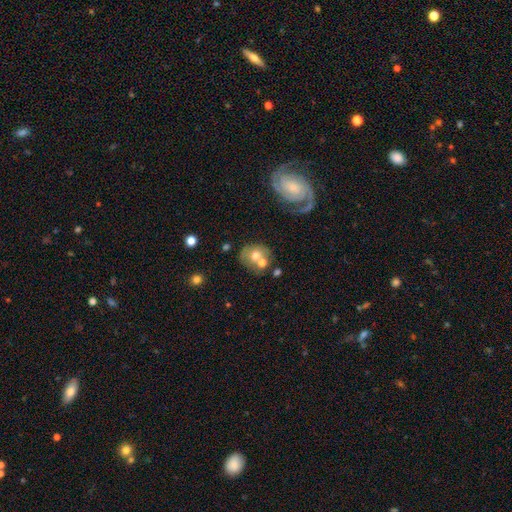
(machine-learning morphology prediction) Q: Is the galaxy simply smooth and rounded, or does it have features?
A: smooth — 55%.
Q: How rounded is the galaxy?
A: round — 69%.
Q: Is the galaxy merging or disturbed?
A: none — 43%.